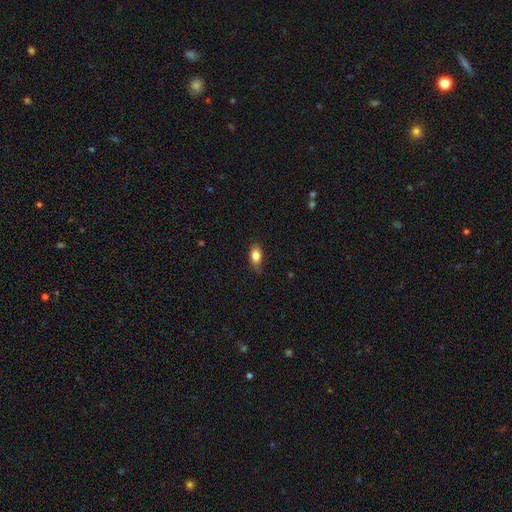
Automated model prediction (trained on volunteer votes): This is clearly a smooth galaxy (81%). How rounded: clearly in between (84%). Merging: likely none (72%).